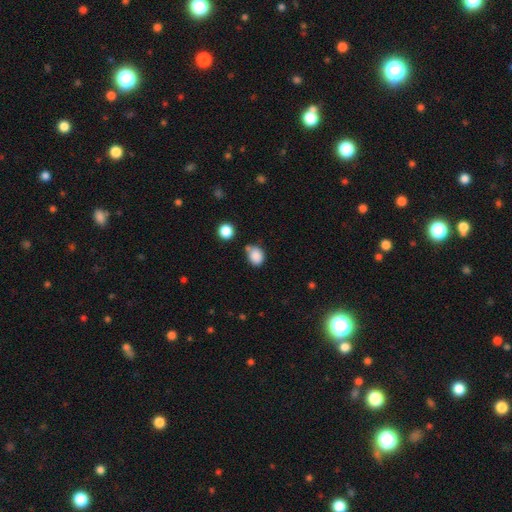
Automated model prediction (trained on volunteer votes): Smooth or featured?
  - smooth: 85% *
  - star or artifact: 10%
  - featured or disk: 5%
How rounded?
  - in between: 51% *
  - round: 48%
  - cigar-shaped: 1%
Merging?
  - none: 59% *
  - minor disturbance: 22%
  - merger: 14%
  - major disturbance: 6%